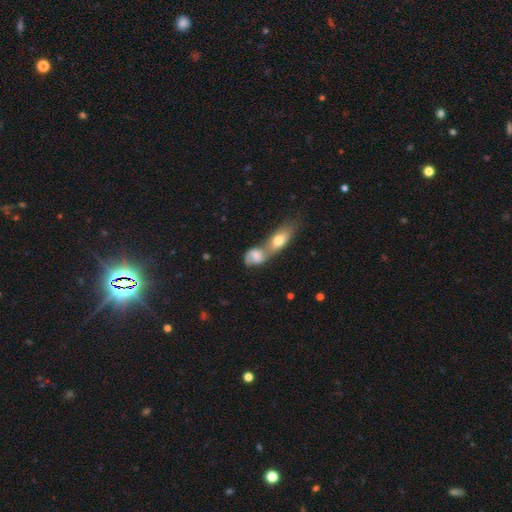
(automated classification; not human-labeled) Smooth or featured?
  - smooth: 51% *
  - featured or disk: 41%
  - star or artifact: 8%
How rounded?
  - in between: 73% *
  - round: 19%
  - cigar-shaped: 8%
Merging?
  - merger: 71% *
  - none: 17%
  - minor disturbance: 7%
  - major disturbance: 5%